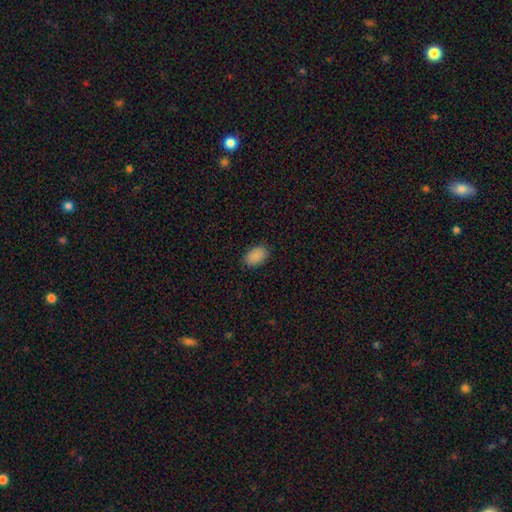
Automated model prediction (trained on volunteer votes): Smooth or featured? Predicted: smooth (p=0.89). How rounded? Predicted: in between (p=0.91). Merging? Predicted: none (p=0.88).